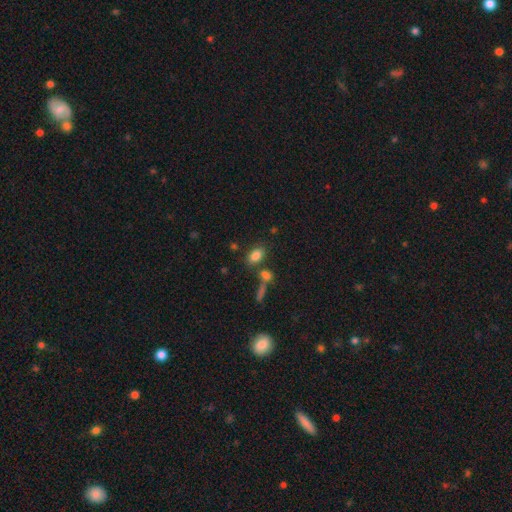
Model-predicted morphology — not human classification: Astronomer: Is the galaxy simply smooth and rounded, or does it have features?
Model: smooth — 83%.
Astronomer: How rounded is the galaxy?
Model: in between — 87%.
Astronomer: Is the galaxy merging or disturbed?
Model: none — 67%.